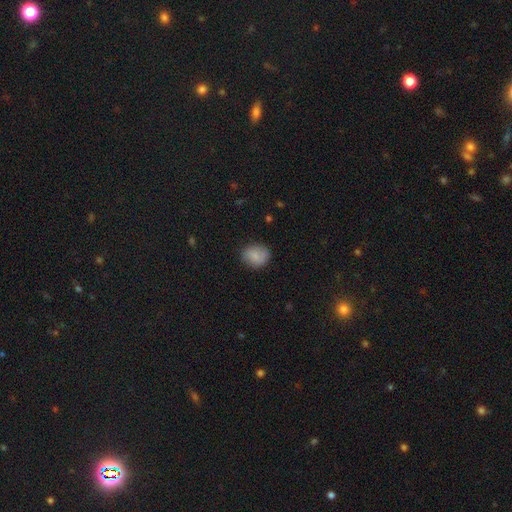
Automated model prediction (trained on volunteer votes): Overall: smooth (80%). How rounded: round (65%; in between 34%). Merging: none (81%).